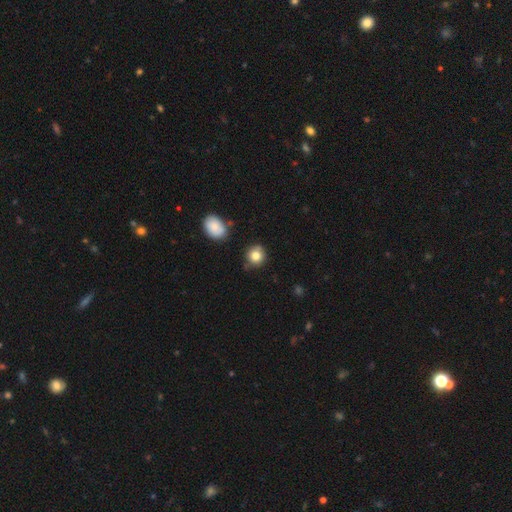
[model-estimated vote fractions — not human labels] Morphology: type=smooth (82%); roundness=round (87%); merging=none (79%).